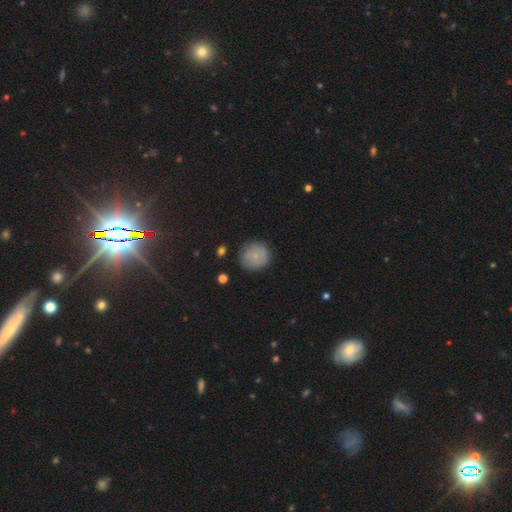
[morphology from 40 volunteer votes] Smooth or featured? smooth (90%)
How rounded? round (97%)
Merging? none (95%)